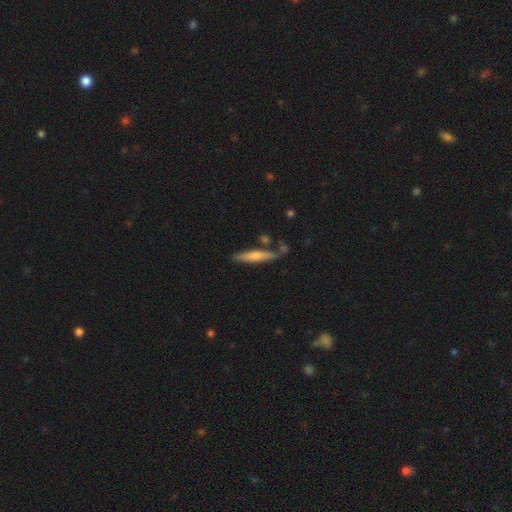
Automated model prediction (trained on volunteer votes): A smooth galaxy with no disk features (62%) that is cigar-shaped (88%). Merging: none (74%).